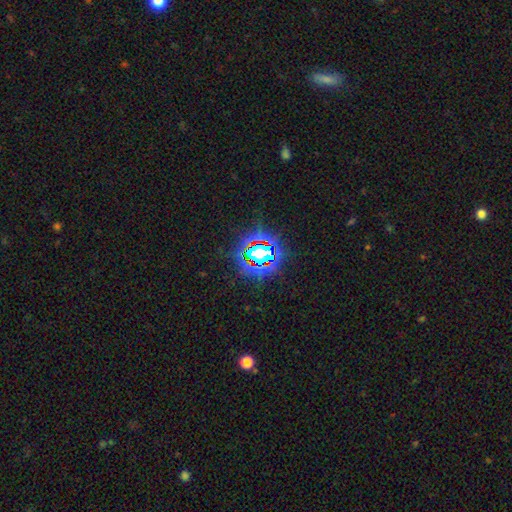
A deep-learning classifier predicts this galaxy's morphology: This appears to be a star or artifact, not a galaxy (79%).